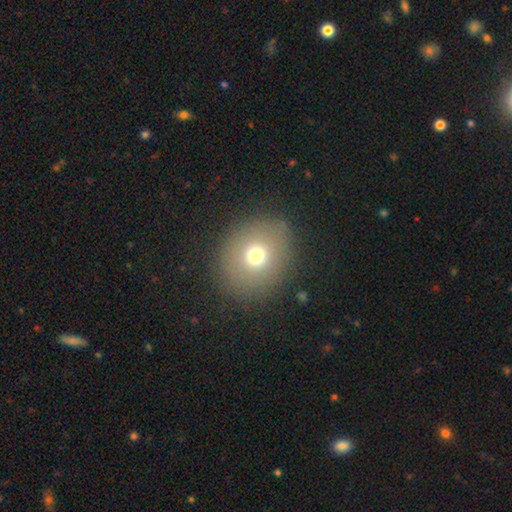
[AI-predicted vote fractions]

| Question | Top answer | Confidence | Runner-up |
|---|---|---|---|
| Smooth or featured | smooth | 71% | star or artifact (15%) |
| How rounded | round | 78% | in between (21%) |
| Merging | none | 87% | minor disturbance (8%) |